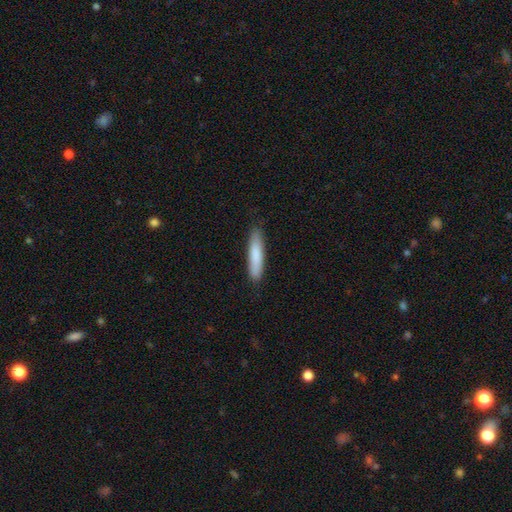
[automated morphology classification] smooth 83%, featured or disk 12%, star or artifact 5%. Down the decision tree: how rounded — cigar-shaped (85%); merging — none (86%).